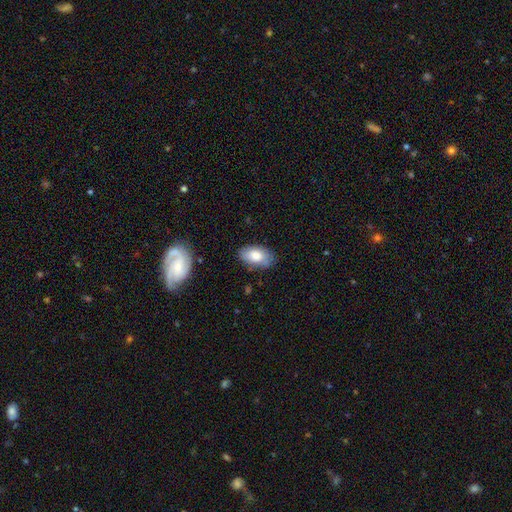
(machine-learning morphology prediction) This appears to be a smooth galaxy with no disk features (80%) that is in between round and cigar-shaped (93%). Merging: none (78%).